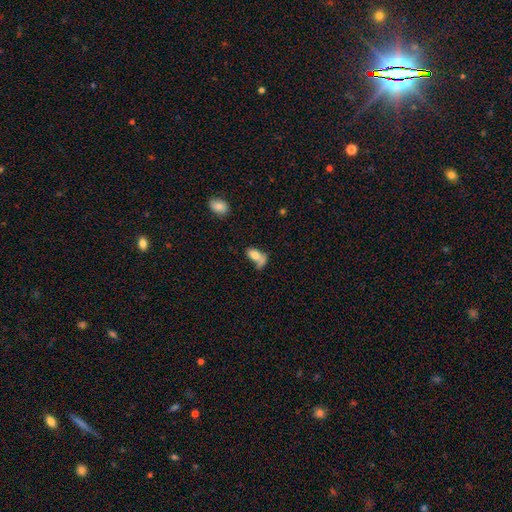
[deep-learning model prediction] smooth-or-featured: smooth: 74% | featured or disk: 17% | star or artifact: 9%
  how-rounded: in between: 87% | round: 8% | cigar-shaped: 5%
  merging: merger: 35% | none: 27% | major disturbance: 21% | minor disturbance: 17%